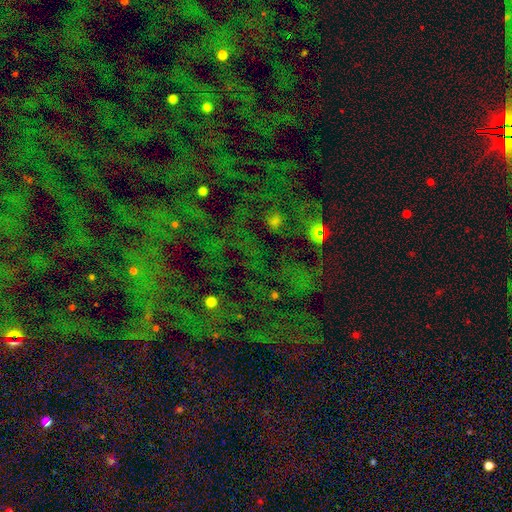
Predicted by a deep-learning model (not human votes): The model was most divided on "smooth or featured": star or artifact: 77%, smooth: 13%, featured or disk: 9%.